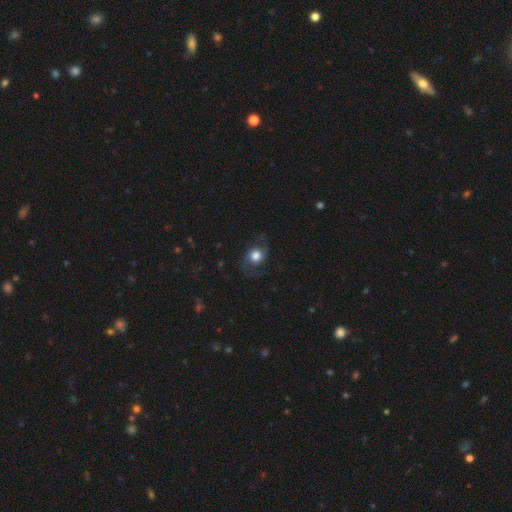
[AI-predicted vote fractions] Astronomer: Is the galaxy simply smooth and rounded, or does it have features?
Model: featured or disk — 55% (runner-up: smooth, 36%).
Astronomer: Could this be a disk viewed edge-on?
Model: no — 96%.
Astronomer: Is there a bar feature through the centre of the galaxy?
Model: no — 77%.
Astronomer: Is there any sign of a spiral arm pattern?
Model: yes — 88%.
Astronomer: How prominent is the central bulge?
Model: large — 48% (runner-up: moderate, 33%).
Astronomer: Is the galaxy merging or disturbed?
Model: none — 69%.